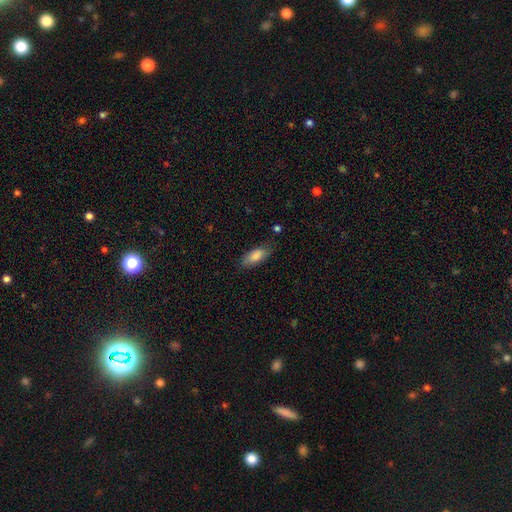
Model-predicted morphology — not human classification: This appears to be a smooth galaxy with no disk features (84%) that is in between round and cigar-shaped (80%). Merging: none (74%).